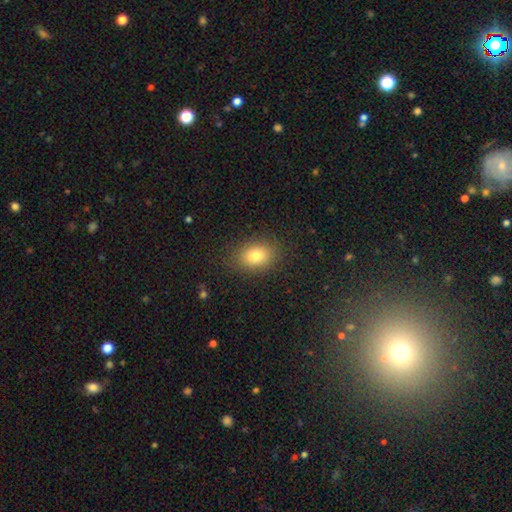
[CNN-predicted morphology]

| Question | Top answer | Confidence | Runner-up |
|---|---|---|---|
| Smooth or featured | smooth | 81% | star or artifact (10%) |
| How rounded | in between | 72% | round (27%) |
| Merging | none | 86% | minor disturbance (10%) |